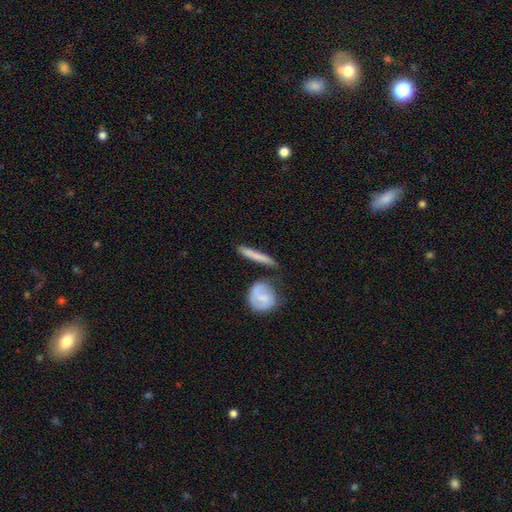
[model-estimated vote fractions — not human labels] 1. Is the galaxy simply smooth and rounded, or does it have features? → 61% smooth, 33% featured or disk, 6% star or artifact.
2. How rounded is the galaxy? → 89% cigar-shaped, 7% in between, 3% round.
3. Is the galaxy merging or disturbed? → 73% none, 15% minor disturbance, 8% merger, 5% major disturbance.